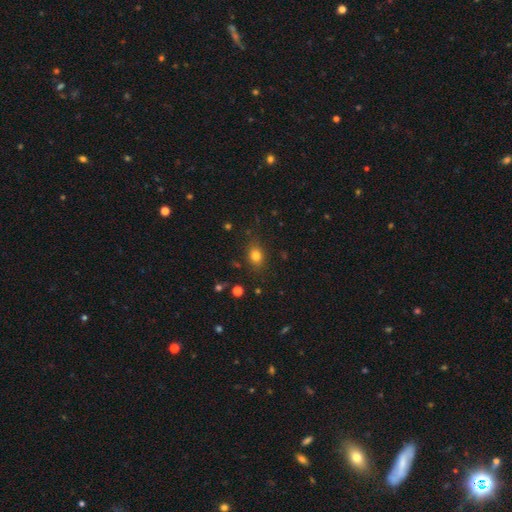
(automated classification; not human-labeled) smooth 80%, star or artifact 13%, featured or disk 8%. Down the decision tree: how rounded — in between (61%); merging — none (81%).